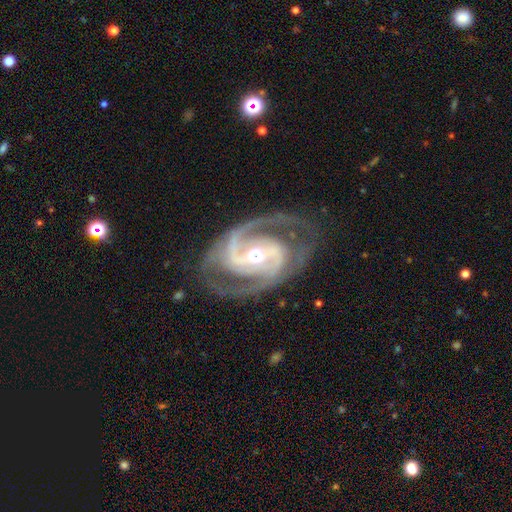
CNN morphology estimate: Smooth or featured?
  - featured or disk: 93% *
  - star or artifact: 4%
  - smooth: 3%
Edge-on disk?
  - no: 97% *
  - yes: 3%
Bar?
  - strong: 41% *
  - weak: 37%
  - no: 22%
Spiral arms?
  - yes: 98% *
  - no: 2%
Spiral winding?
  - medium: 53% *
  - tight: 38%
  - loose: 9%
Spiral arm count?
  - 2: 78% *
  - 3: 13%
  - can't tell: 3%
  - 4: 2%
  - 1: 2%
  - more than 4: 2%
Bulge size?
  - moderate: 66% *
  - small: 27%
  - large: 5%
  - none: 1%
  - dominant: 1%
Merging?
  - none: 74% *
  - minor disturbance: 16%
  - major disturbance: 8%
  - merger: 1%